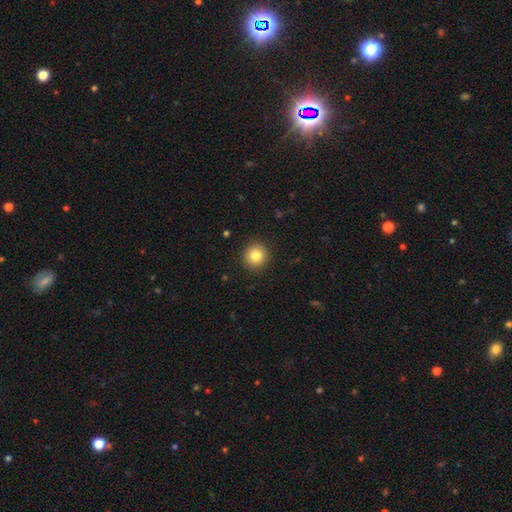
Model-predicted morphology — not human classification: type=smooth (83%); roundness=round (94%); merging=none (92%).